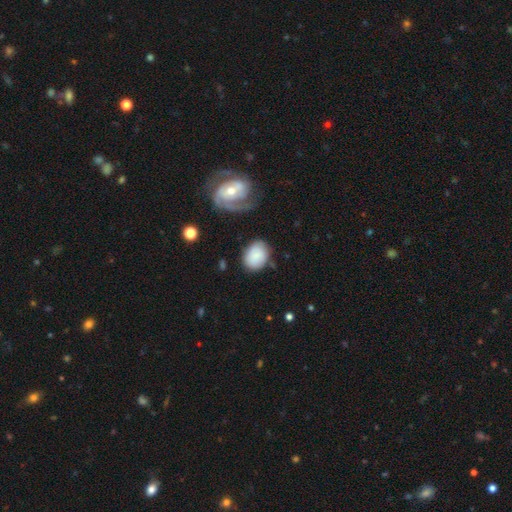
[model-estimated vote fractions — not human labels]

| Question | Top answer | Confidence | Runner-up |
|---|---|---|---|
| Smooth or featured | smooth | 81% | featured or disk (12%) |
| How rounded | in between | 62% | round (37%) |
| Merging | none | 69% | minor disturbance (19%) |